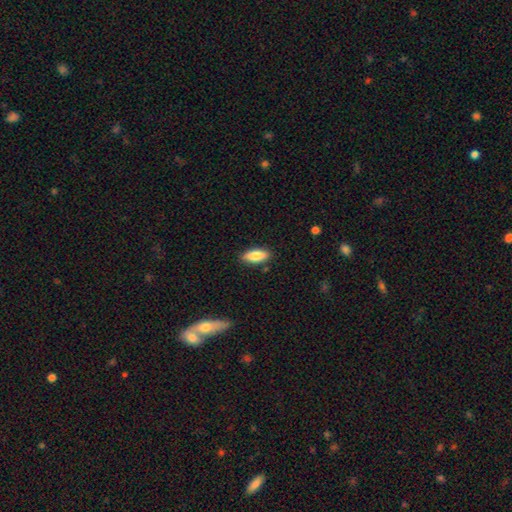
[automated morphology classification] A smooth galaxy with no disk features (81%) that is in between round and cigar-shaped (76%).

Vote fractions:
- Smooth or featured? smooth: 81% / featured or disk: 13% / star or artifact: 6%
- How rounded? in between: 76% / cigar-shaped: 21% / round: 2%
- Merging? none: 87% / minor disturbance: 10% / major disturbance: 2% / merger: 2%